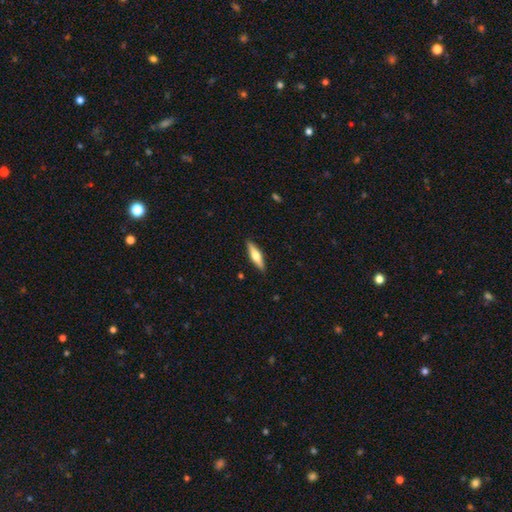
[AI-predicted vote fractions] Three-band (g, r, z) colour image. It shows a smooth galaxy with no disk features (52%) that is cigar-shaped (70%). Merging: none (90%).